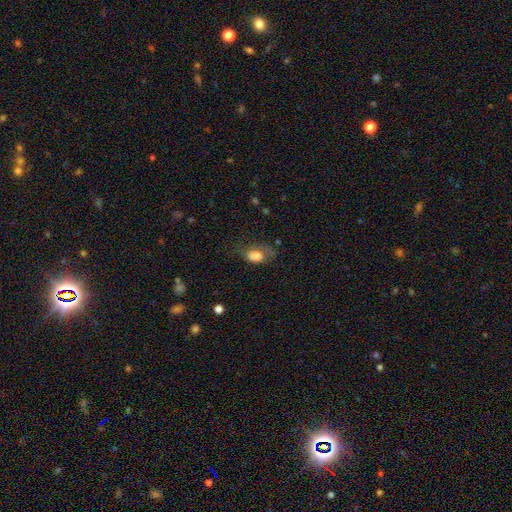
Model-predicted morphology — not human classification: A smooth galaxy with no disk features (77%) that is in between round and cigar-shaped (83%).

Vote fractions:
- Smooth or featured? smooth: 77% / featured or disk: 14% / star or artifact: 9%
- How rounded? in between: 83% / round: 15% / cigar-shaped: 2%
- Merging? none: 46% / minor disturbance: 31% / major disturbance: 21% / merger: 2%